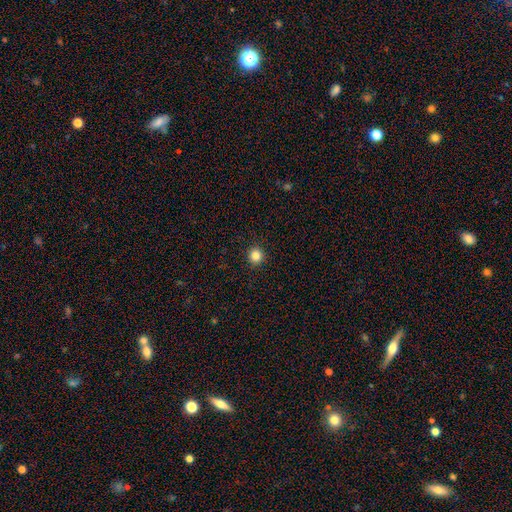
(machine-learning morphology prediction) Overall: smooth (84%). How rounded: round (94%). Merging: none (93%).